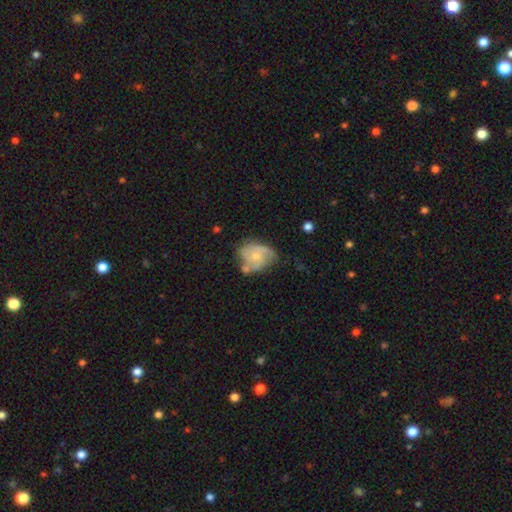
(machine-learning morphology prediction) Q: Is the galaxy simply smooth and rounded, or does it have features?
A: featured or disk — 63%.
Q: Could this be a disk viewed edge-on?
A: no — 98%.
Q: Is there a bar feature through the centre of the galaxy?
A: no — 73%.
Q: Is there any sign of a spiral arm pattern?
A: yes — 85%.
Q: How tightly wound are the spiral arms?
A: medium — 45%.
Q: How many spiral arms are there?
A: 2 — 41%.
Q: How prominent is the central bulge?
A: small — 63%.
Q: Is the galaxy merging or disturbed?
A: none — 46%.